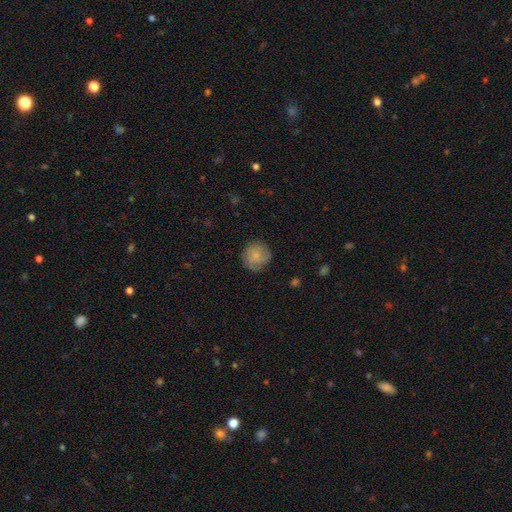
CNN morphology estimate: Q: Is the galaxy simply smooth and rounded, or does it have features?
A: smooth — 73%.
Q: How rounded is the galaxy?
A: round — 90%.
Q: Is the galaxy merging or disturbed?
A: none — 79%.